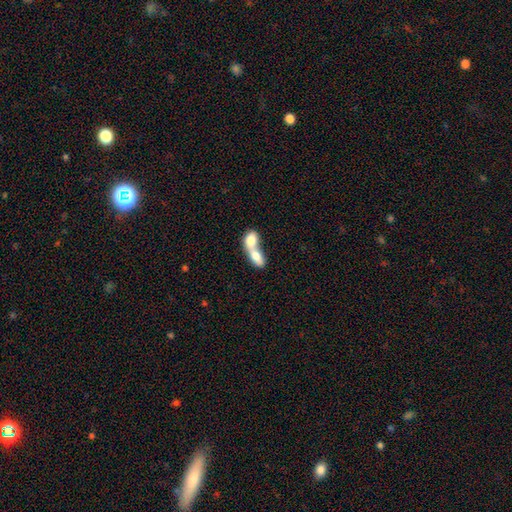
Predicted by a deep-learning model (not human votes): Smooth or featured: smooth — 72% (featured or disk — 22%)
How rounded: in between — 74% (round — 17%)
Merging: merger — 84% (none — 9%)